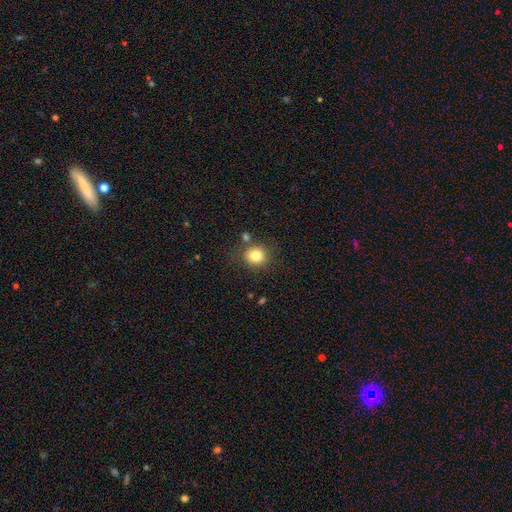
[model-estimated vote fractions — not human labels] A smooth galaxy with no disk features (81%) that is round (81%).

Vote fractions:
- Smooth or featured? smooth: 81% / star or artifact: 12% / featured or disk: 7%
- How rounded? round: 81% / in between: 18% / cigar-shaped: 1%
- Merging? none: 77% / minor disturbance: 11% / merger: 8% / major disturbance: 4%